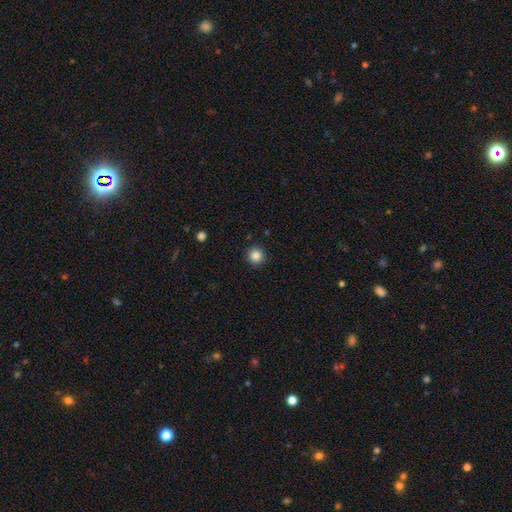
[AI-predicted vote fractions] A smooth galaxy with no disk features (85%) that is round (95%).

Vote fractions:
- Smooth or featured? smooth: 85% / star or artifact: 11% / featured or disk: 4%
- How rounded? round: 95% / in between: 4% / cigar-shaped: 1%
- Merging? none: 92% / minor disturbance: 6% / major disturbance: 2% / merger: 1%